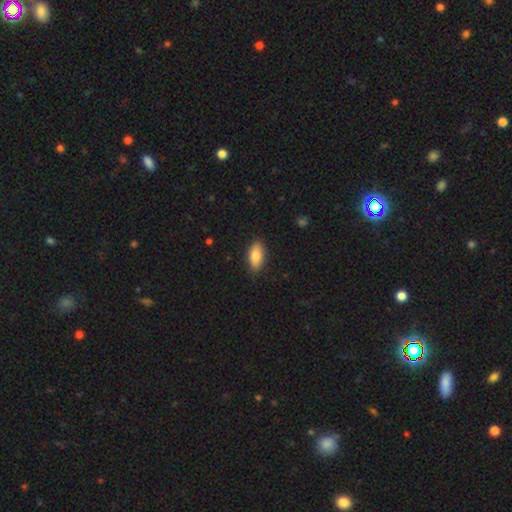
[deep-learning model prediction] This is clearly a smooth galaxy (81%). How rounded: clearly in between (86%). Merging: clearly none (87%).